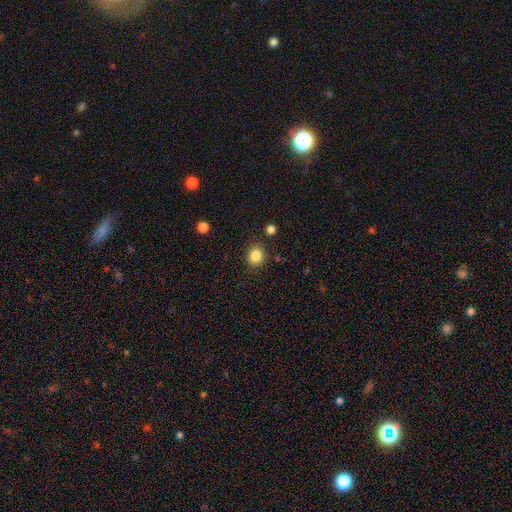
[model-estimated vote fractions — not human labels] The model was most divided on "how rounded": round: 71%, in between: 28%, cigar-shaped: 1%. More confident: smooth or featured — smooth (85%); merging — none (84%).